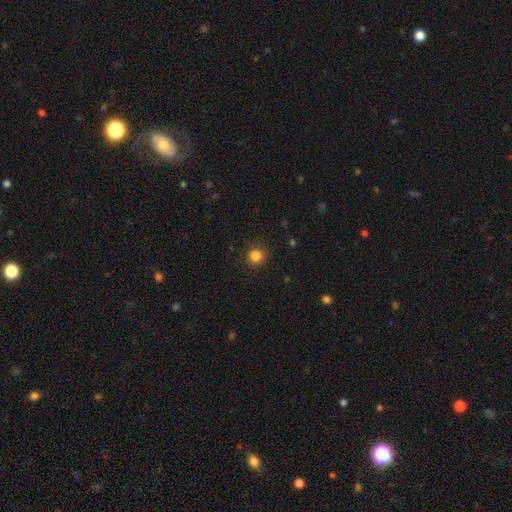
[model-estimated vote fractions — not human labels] Overall: smooth (84%). How rounded: round (92%). Merging: none (90%).